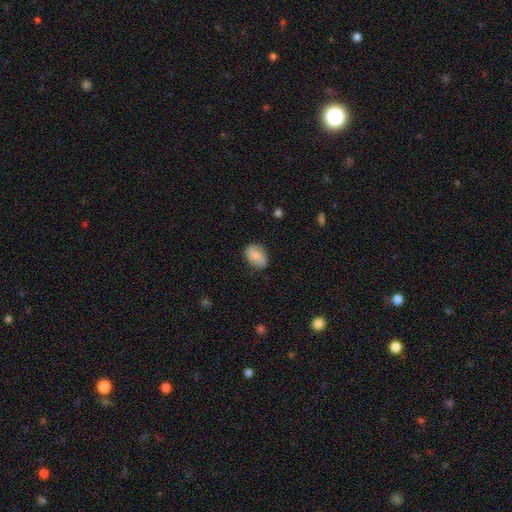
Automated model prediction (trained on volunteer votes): This appears to be a smooth galaxy with no disk features (77%) that is in between round and cigar-shaped (80%). Merging: none (78%).